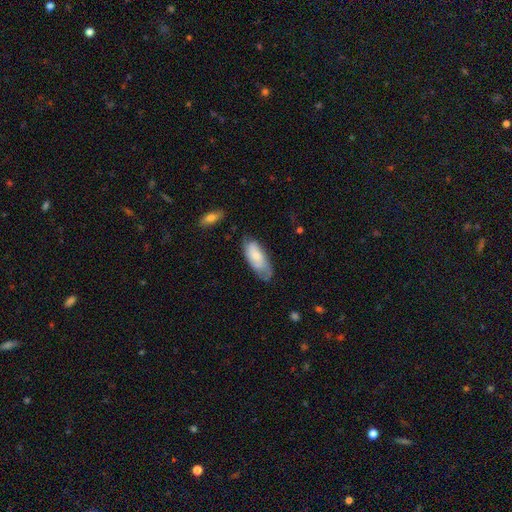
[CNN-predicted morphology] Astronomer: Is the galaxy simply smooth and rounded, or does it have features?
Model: smooth — 68%.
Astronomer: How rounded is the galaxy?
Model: in between — 81%.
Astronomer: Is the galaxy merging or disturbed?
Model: none — 54% (runner-up: minor disturbance, 33%).